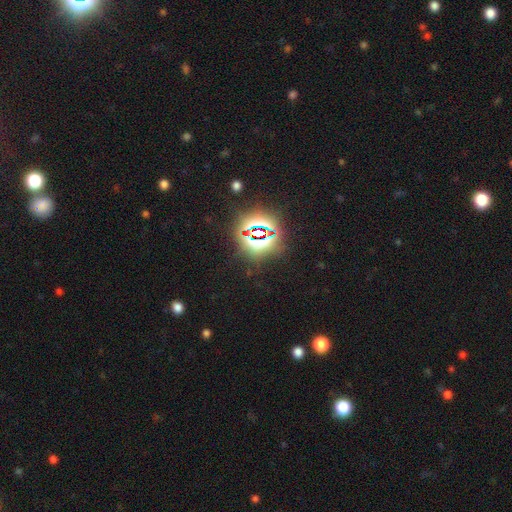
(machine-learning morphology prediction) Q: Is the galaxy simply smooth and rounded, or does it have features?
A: star or artifact — 82%.